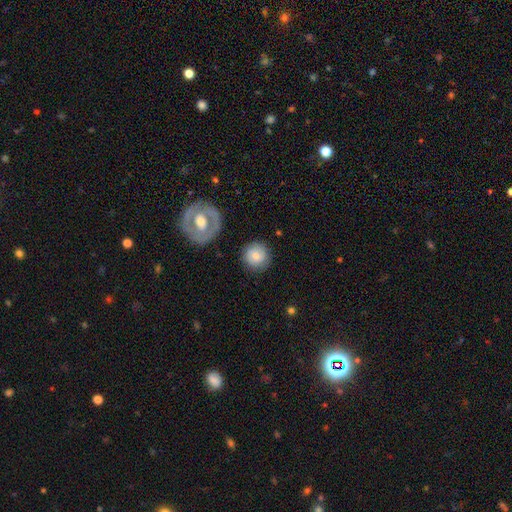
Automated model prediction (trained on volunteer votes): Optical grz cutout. It shows a smooth galaxy with no disk features (74%) that is round (93%). Merging: none (85%).